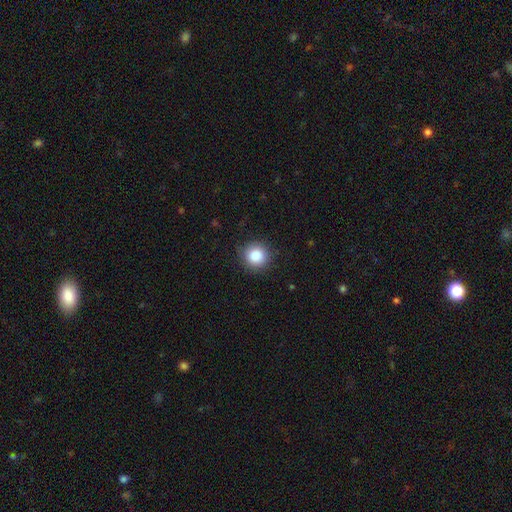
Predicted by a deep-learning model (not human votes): smooth 87%, star or artifact 9%, featured or disk 4%. Down the decision tree: how rounded — round (92%); merging — none (88%).